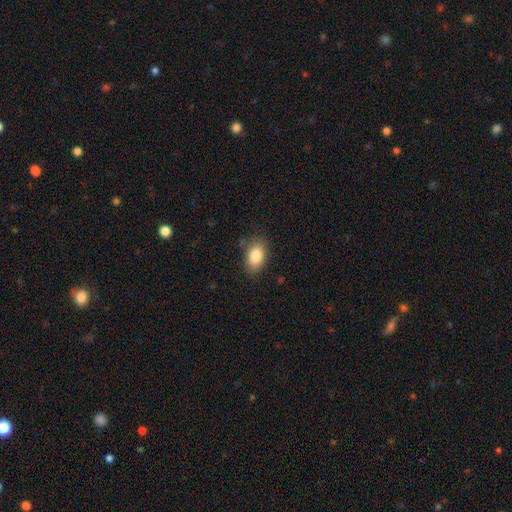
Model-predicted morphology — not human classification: A smooth galaxy with no disk features (85%) that is in between round and cigar-shaped (88%).

Vote fractions:
- Smooth or featured? smooth: 85% / star or artifact: 8% / featured or disk: 7%
- How rounded? in between: 88% / round: 10% / cigar-shaped: 2%
- Merging? none: 82% / minor disturbance: 14% / major disturbance: 3% / merger: 2%